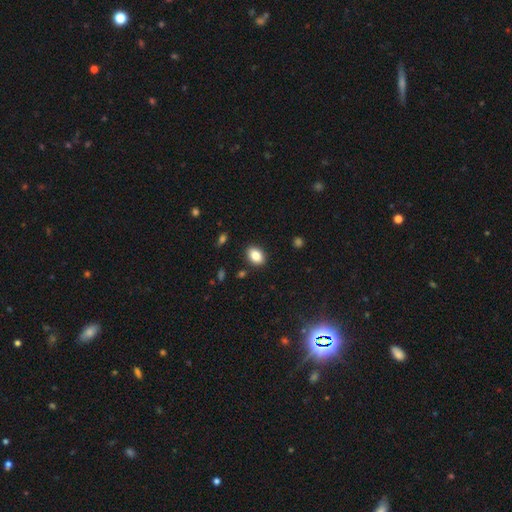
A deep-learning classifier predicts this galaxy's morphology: Smooth or featured: smooth — 85% (star or artifact — 8%)
How rounded: in between — 80% (round — 19%)
Merging: none — 88% (minor disturbance — 8%)